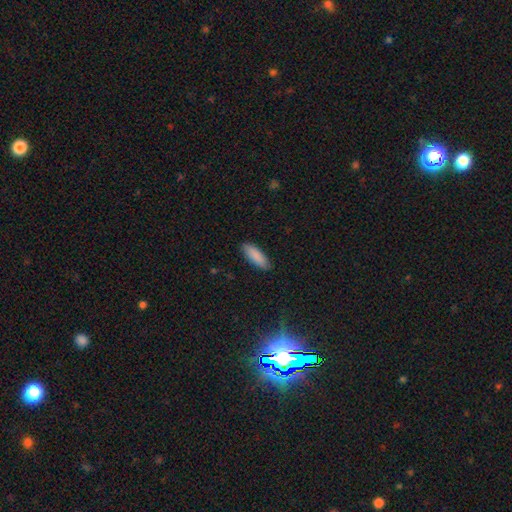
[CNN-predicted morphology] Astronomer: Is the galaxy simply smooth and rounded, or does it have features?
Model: smooth — 89%.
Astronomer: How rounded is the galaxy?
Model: in between — 55% (runner-up: cigar-shaped, 44%).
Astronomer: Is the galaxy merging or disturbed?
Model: none — 88%.